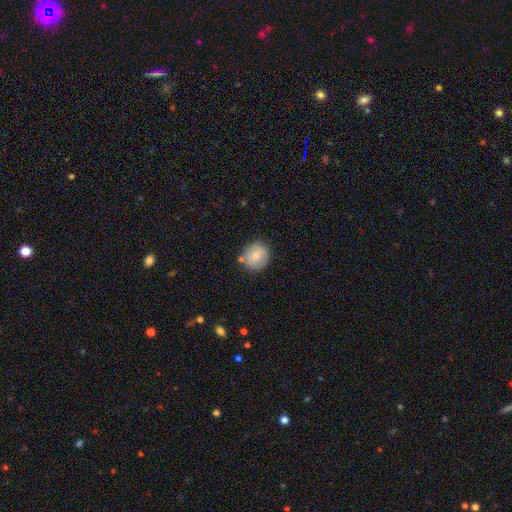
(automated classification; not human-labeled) This appears to be a smooth galaxy with no disk features (72%) that is round (86%). Merging: none (77%).